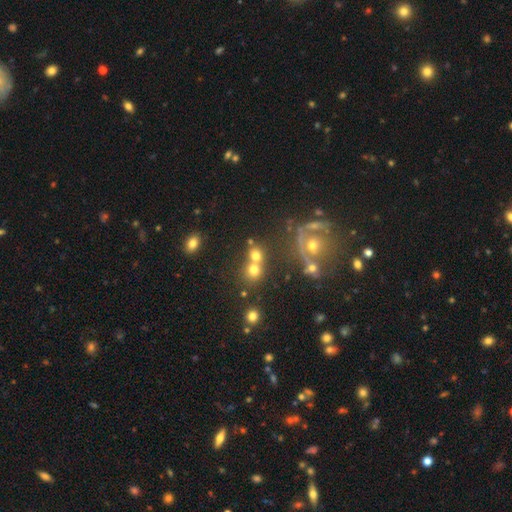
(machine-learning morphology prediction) smooth_or_featured: smooth (p=0.70) [alt: star or artifact p=0.17]
how_rounded: round (p=0.79) [alt: in between p=0.20]
merging: none (p=0.45) [alt: merger p=0.42]